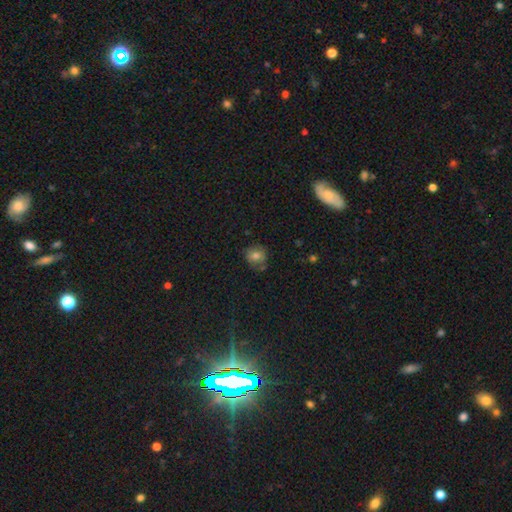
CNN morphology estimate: Smooth or featured: smooth — 74% (star or artifact — 13%)
How rounded: round — 81% (in between — 18%)
Merging: none — 72% (minor disturbance — 19%)